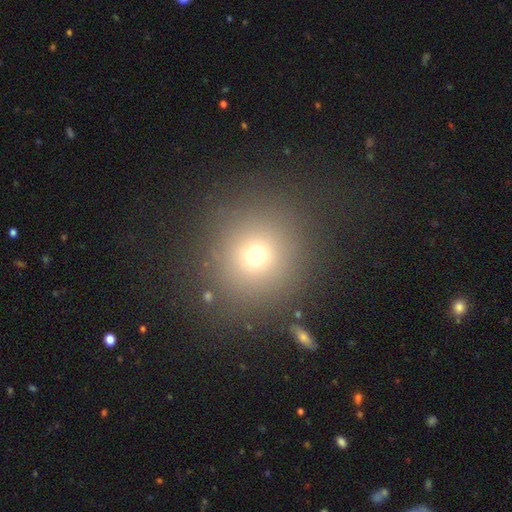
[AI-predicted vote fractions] Smooth or featured? smooth (69%)
How rounded? round (92%)
Merging? none (85%)